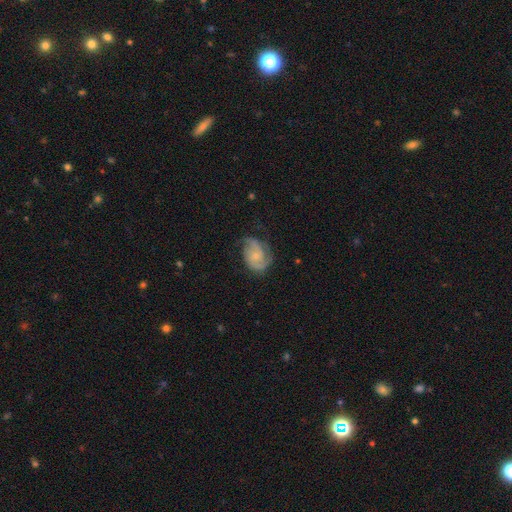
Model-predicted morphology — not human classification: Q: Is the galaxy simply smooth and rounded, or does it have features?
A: featured or disk — 75%.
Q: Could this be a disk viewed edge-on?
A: no — 98%.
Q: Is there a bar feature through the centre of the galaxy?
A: no — 71%.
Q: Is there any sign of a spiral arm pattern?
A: yes — 93%.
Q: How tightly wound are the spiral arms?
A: medium — 44%.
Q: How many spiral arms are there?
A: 2 — 68%.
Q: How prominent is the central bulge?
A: small — 64%.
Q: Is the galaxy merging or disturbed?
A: none — 58%.